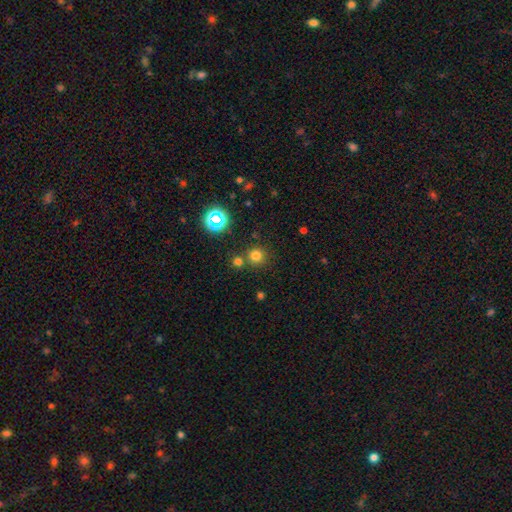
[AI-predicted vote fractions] Smooth or featured? smooth (73%)
How rounded? round (92%)
Merging? none (74%)